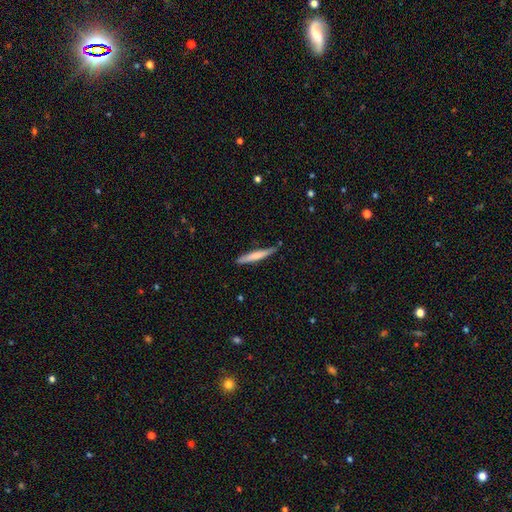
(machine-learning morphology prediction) Smooth or featured? smooth (65%)
How rounded? cigar-shaped (94%)
Merging? none (80%)